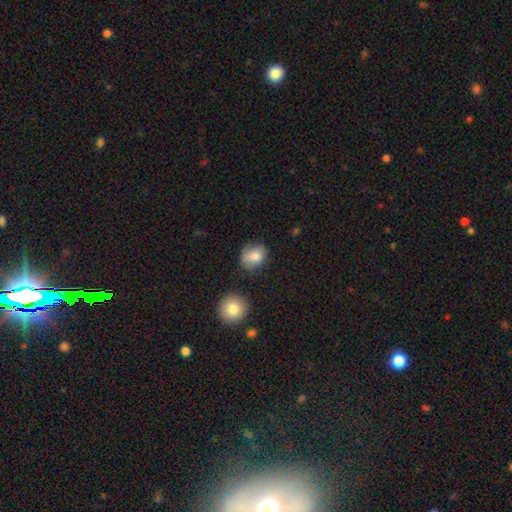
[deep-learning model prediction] Smooth or featured? Predicted: smooth (p=0.80). How rounded? Predicted: in between (p=0.50). Merging? Predicted: none (p=0.67).